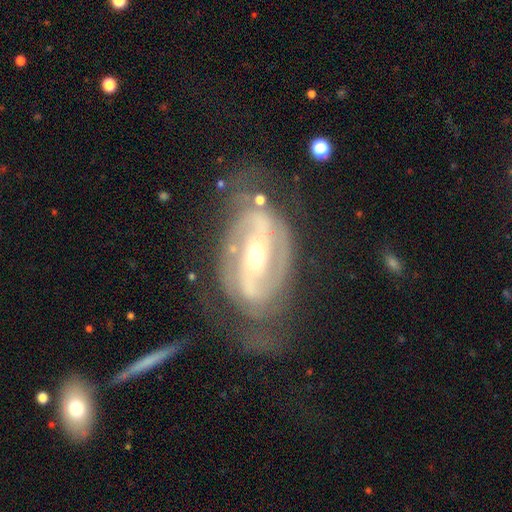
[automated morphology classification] This appears to be a featured or disk galaxy (89%) with a strong bar (52%), 2 (76%) tight (49%) spiral arms (94%) and a small central bulge (49%). Merging: none (58%).